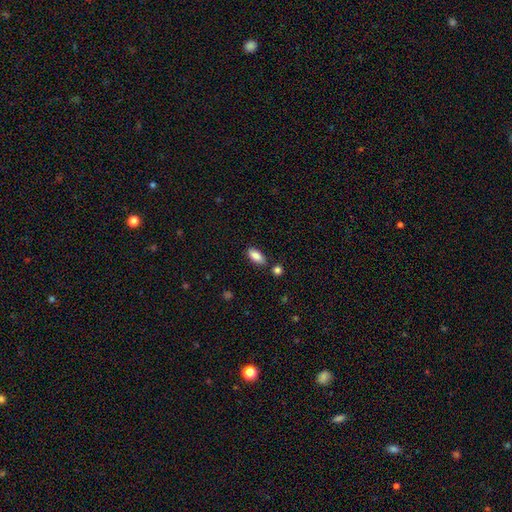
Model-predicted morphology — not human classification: Q: Smooth or featured?
A: smooth (86%); runner-up: featured or disk (7%)
Q: How rounded?
A: in between (86%); runner-up: cigar-shaped (12%)
Q: Merging?
A: none (81%); runner-up: minor disturbance (11%)